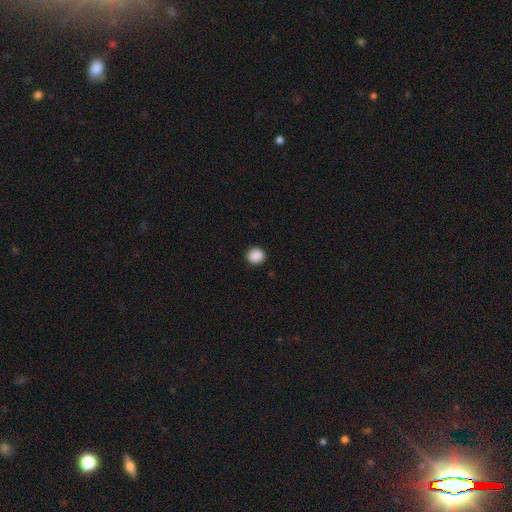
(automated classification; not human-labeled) A smooth galaxy with no disk features (89%) that is round (89%). Merging: none (91%).